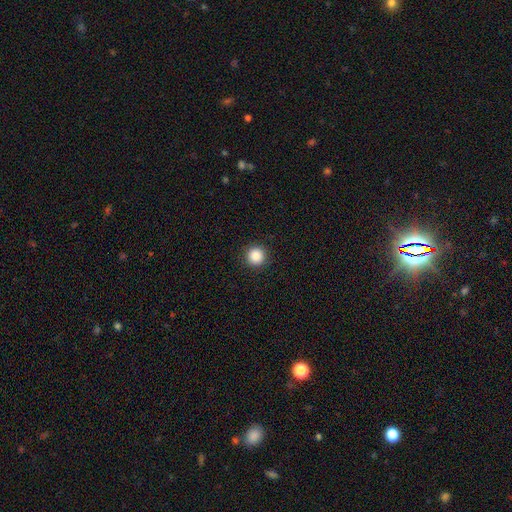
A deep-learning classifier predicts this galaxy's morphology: Smooth or featured: smooth — 87% (star or artifact — 10%)
How rounded: round — 96% (in between — 3%)
Merging: none — 93% (minor disturbance — 4%)